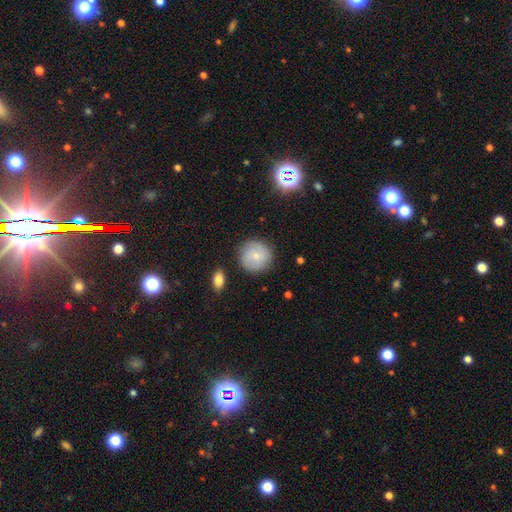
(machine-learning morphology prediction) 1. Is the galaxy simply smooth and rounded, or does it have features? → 68% smooth, 24% featured or disk, 8% star or artifact.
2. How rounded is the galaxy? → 93% round, 6% in between, 1% cigar-shaped.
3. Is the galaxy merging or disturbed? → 85% none, 11% minor disturbance, 3% major disturbance, 2% merger.